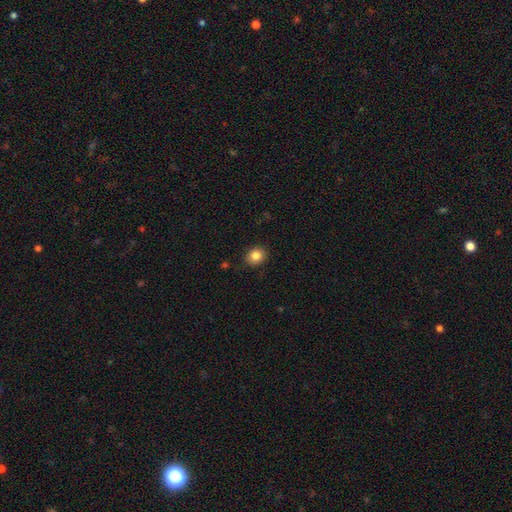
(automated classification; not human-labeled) Morphology: type=smooth (84%); roundness=round (66%); merging=none (87%).